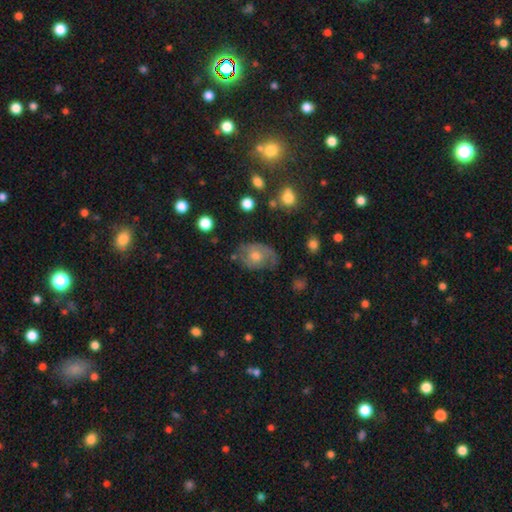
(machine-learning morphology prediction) Overall: featured or disk (48%; smooth 40%). Merging: none (57%; minor disturbance 26%).